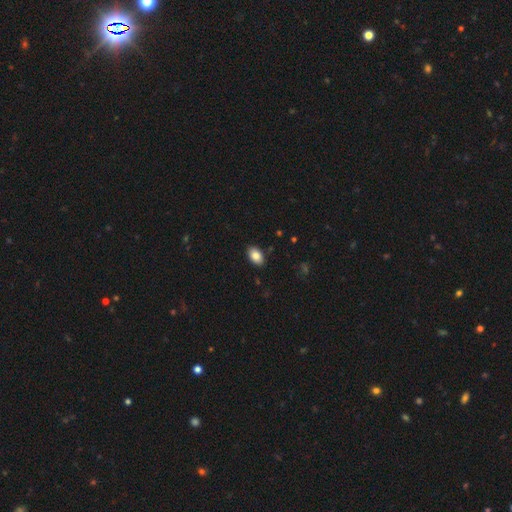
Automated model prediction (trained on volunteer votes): Morphology: type=smooth (85%); roundness=in between (90%); merging=none (89%).